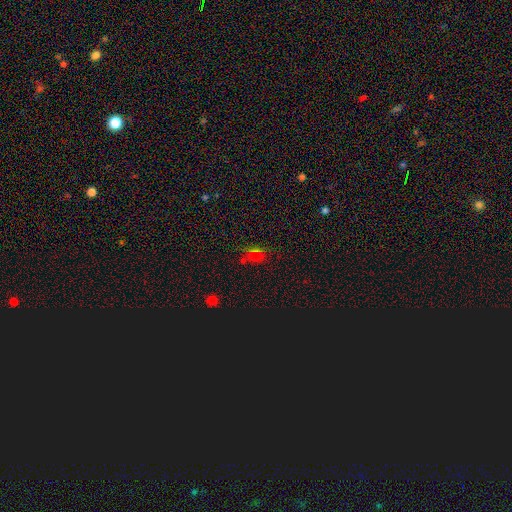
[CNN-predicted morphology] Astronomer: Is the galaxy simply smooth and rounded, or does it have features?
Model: smooth — 46% (runner-up: star or artifact, 45%).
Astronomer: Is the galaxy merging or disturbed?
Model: none — 66%.